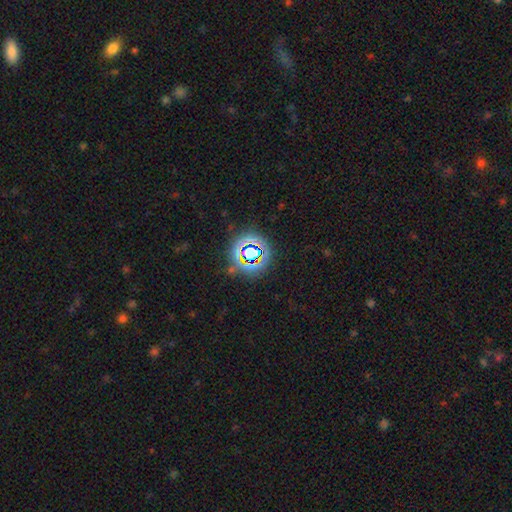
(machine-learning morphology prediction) smooth-or-featured: star or artifact: 69% | smooth: 20% | featured or disk: 11%